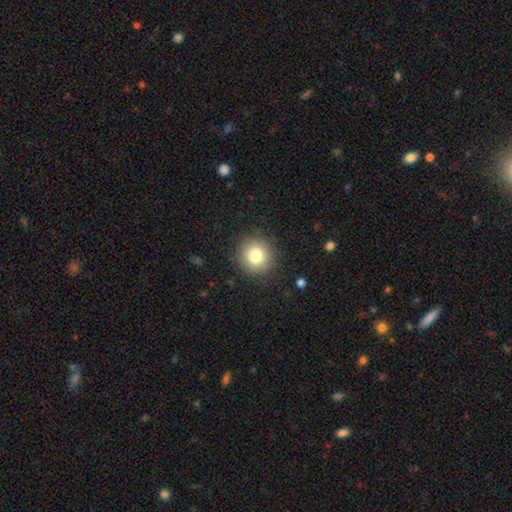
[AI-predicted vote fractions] Smooth or featured?
  - smooth: 81% *
  - star or artifact: 11%
  - featured or disk: 9%
How rounded?
  - round: 92% *
  - in between: 7%
  - cigar-shaped: 1%
Merging?
  - none: 89% *
  - minor disturbance: 7%
  - major disturbance: 3%
  - merger: 1%